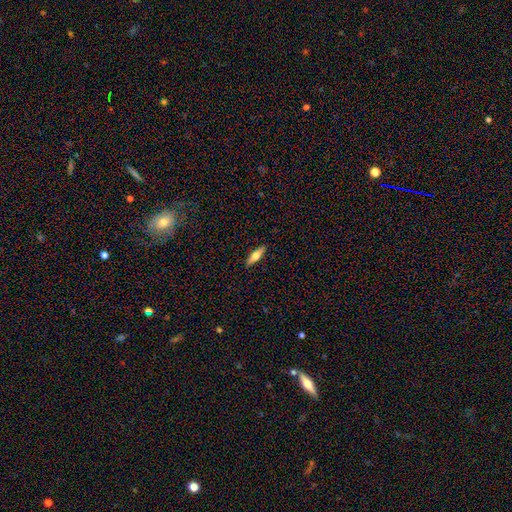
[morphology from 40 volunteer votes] Smooth or featured? smooth (52%)
How rounded? cigar-shaped (57%)
Merging? none (92%)